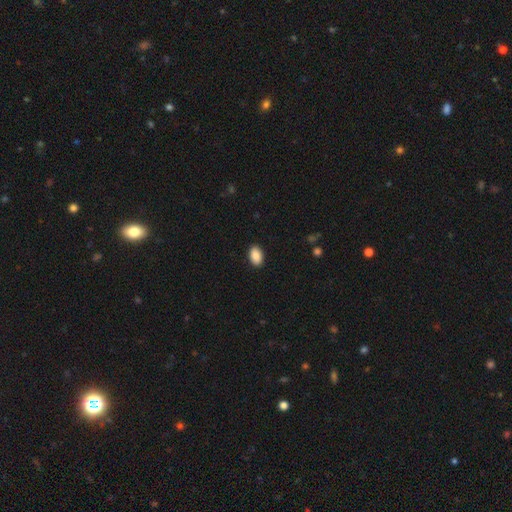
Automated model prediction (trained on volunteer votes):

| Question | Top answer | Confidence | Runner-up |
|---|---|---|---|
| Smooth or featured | smooth | 89% | star or artifact (7%) |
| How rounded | in between | 91% | round (7%) |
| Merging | none | 90% | minor disturbance (7%) |